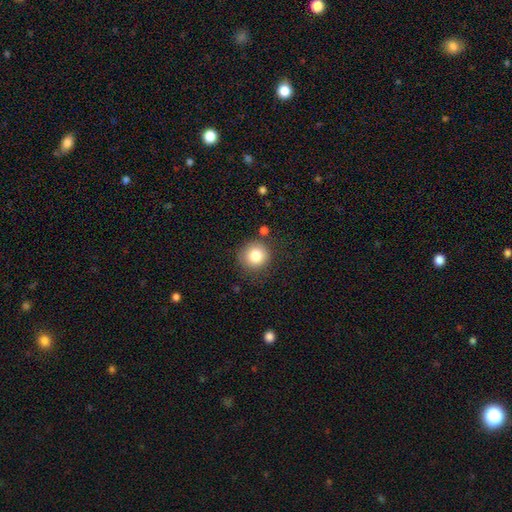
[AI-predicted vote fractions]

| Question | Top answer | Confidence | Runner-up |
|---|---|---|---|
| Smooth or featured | smooth | 82% | star or artifact (10%) |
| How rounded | round | 93% | in between (6%) |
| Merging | none | 81% | minor disturbance (11%) |